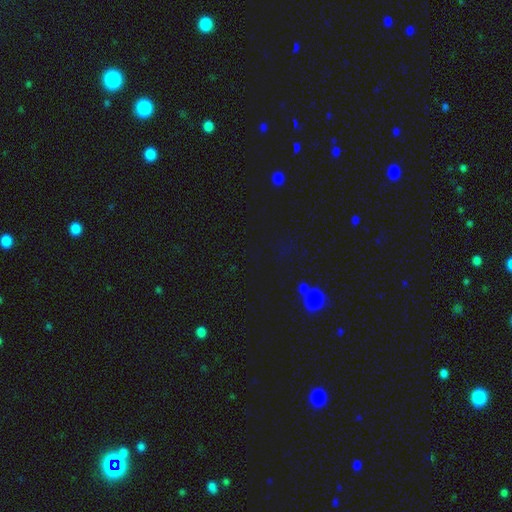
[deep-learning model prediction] The model was most divided on "smooth or featured": star or artifact: 64%, smooth: 28%, featured or disk: 8%.